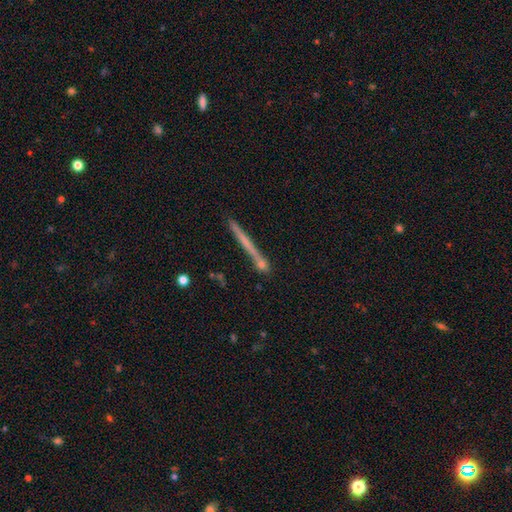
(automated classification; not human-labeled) Morphology: type=featured or disk (47%); merging=none (81%).